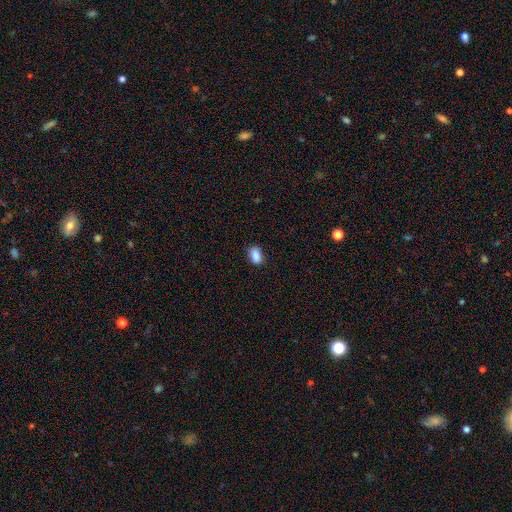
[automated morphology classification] Smooth or featured?
  - smooth: 88% *
  - star or artifact: 9%
  - featured or disk: 4%
How rounded?
  - in between: 85% *
  - round: 13%
  - cigar-shaped: 2%
Merging?
  - none: 82% *
  - minor disturbance: 14%
  - major disturbance: 3%
  - merger: 1%